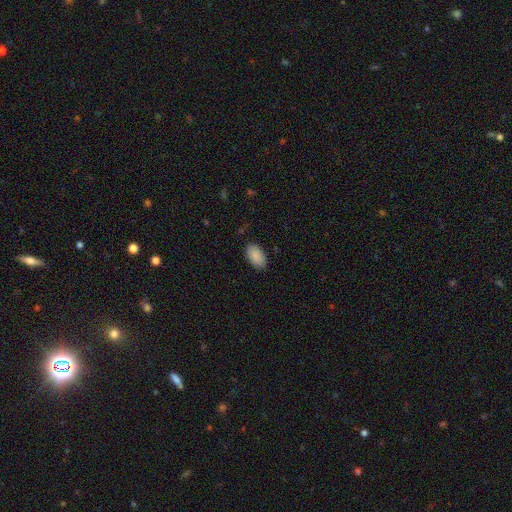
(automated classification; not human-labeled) Smooth or featured? smooth (90%)
How rounded? in between (94%)
Merging? none (86%)